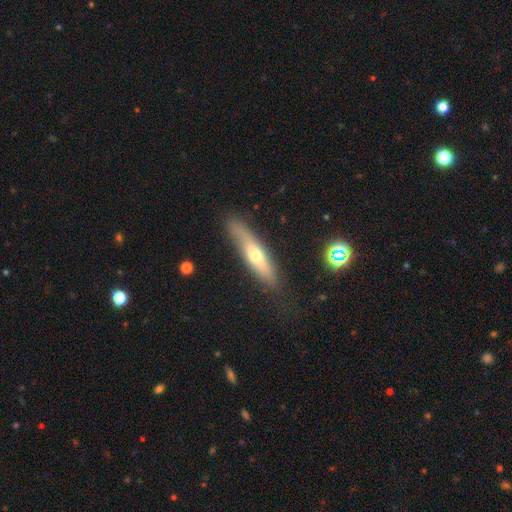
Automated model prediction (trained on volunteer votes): A smooth galaxy with no disk features (47%).

Vote fractions:
- Smooth or featured? smooth: 47% / featured or disk: 46% / star or artifact: 7%
- Merging? none: 74% / minor disturbance: 18% / major disturbance: 6% / merger: 2%